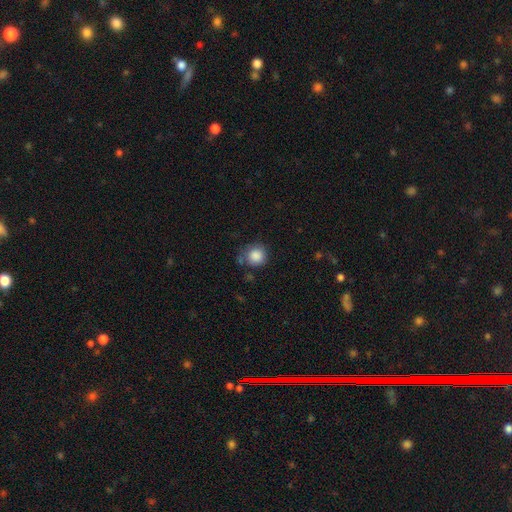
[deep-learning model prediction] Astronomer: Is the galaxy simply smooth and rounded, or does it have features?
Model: smooth — 87%.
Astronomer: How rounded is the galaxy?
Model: round — 91%.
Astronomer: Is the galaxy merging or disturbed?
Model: none — 65%.